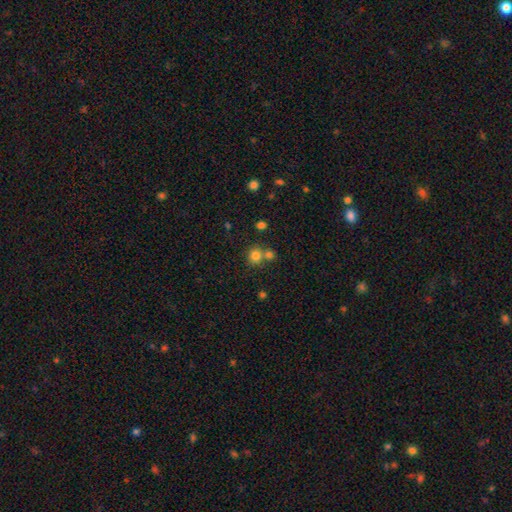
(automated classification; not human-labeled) Overall: smooth (79%). How rounded: round (86%). Merging: none (59%; merger 30%).